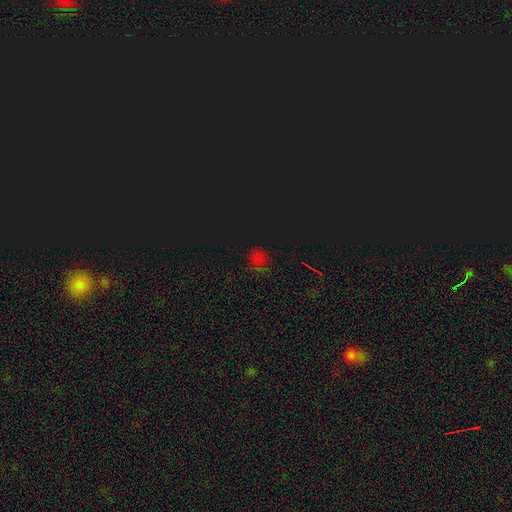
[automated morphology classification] Q: Smooth or featured?
A: star or artifact (62%); runner-up: smooth (32%)